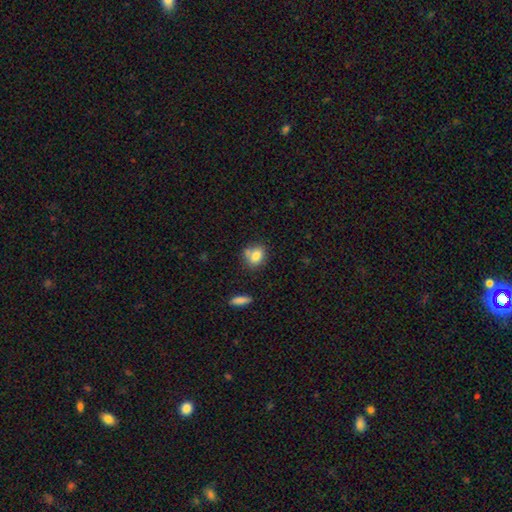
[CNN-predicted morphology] Smooth or featured?
  - smooth: 80% *
  - featured or disk: 11%
  - star or artifact: 9%
How rounded?
  - in between: 54% *
  - round: 44%
  - cigar-shaped: 2%
Merging?
  - none: 56% *
  - merger: 21%
  - minor disturbance: 18%
  - major disturbance: 5%